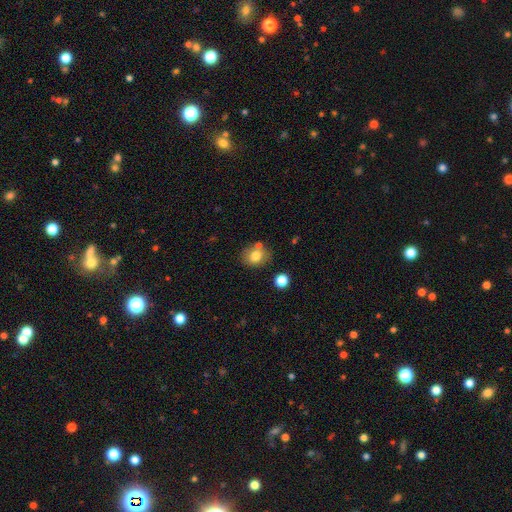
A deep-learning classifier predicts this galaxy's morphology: This appears to be a smooth galaxy with no disk features (79%) that is round (56%). Merging: none (69%).